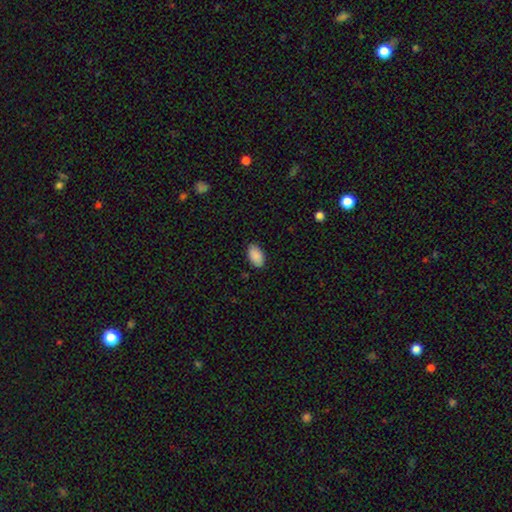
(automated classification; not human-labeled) Smooth or featured: smooth — 90% (star or artifact — 7%)
How rounded: in between — 94% (round — 4%)
Merging: none — 87% (minor disturbance — 10%)